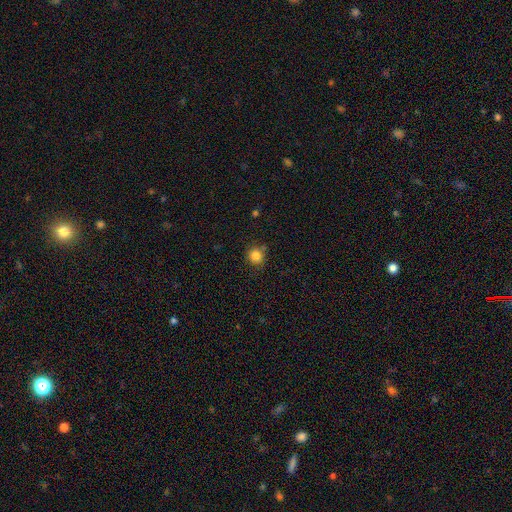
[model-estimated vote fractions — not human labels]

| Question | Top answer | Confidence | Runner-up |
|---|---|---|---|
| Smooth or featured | smooth | 84% | star or artifact (12%) |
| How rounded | round | 88% | in between (11%) |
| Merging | none | 80% | minor disturbance (13%) |